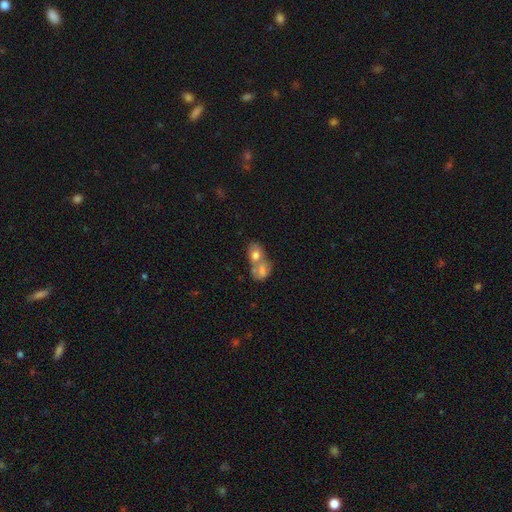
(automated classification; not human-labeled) The model was most divided on "smooth or featured": smooth: 71%, featured or disk: 20%, star or artifact: 8%. More confident: how rounded — in between (76%); merging — merger (70%).